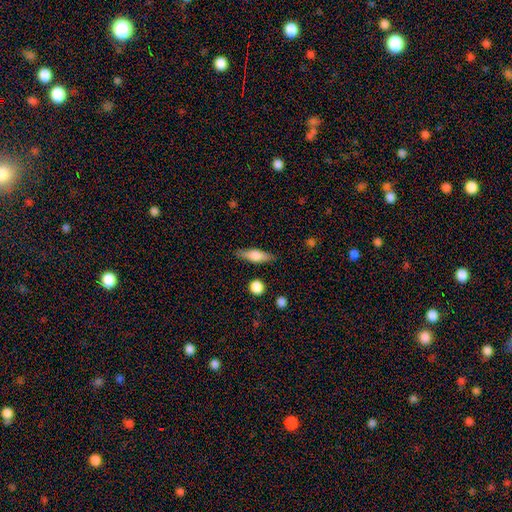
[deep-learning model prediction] Morphology: type=smooth (60%); roundness=cigar-shaped (52%); merging=none (83%).